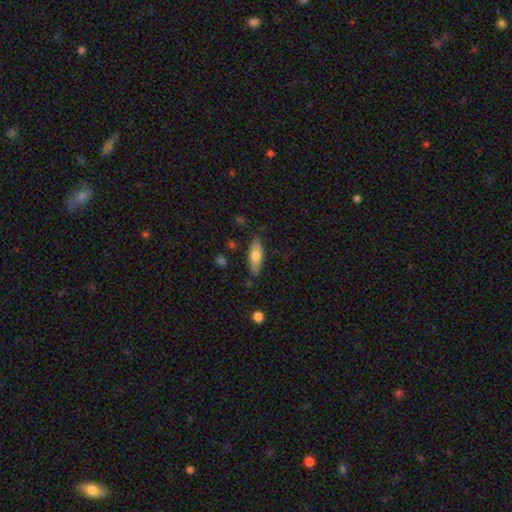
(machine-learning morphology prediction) Smooth or featured?
  - smooth: 69% *
  - featured or disk: 24%
  - star or artifact: 6%
How rounded?
  - in between: 60% *
  - cigar-shaped: 38%
  - round: 2%
Merging?
  - none: 79% *
  - minor disturbance: 15%
  - major disturbance: 3%
  - merger: 3%